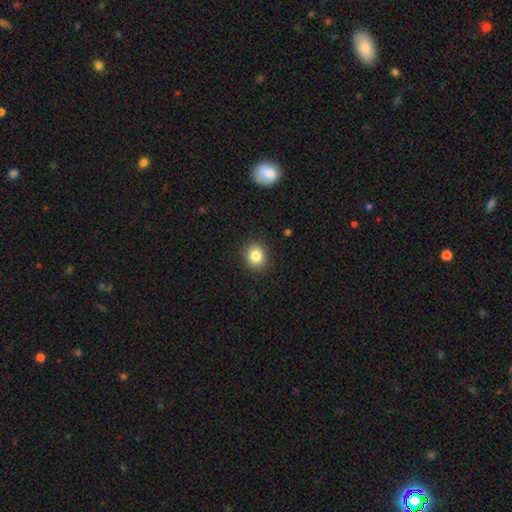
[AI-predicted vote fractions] smooth_or_featured: smooth (p=0.84) [alt: star or artifact p=0.10]
how_rounded: round (p=0.66) [alt: in between p=0.33]
merging: none (p=0.89) [alt: minor disturbance p=0.08]